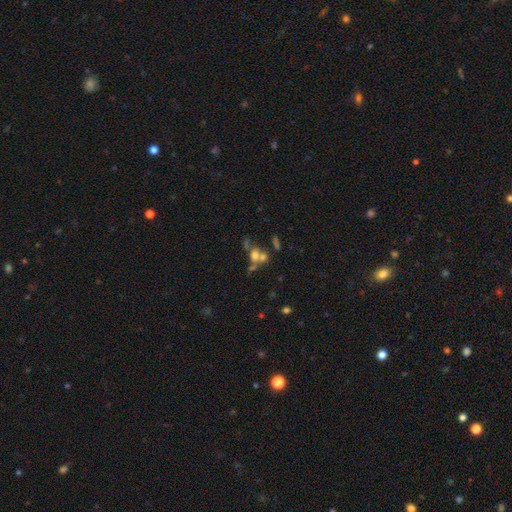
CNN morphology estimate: This appears to be a smooth galaxy with no disk features (51%) that is round (56%). Merging: merger (50%).